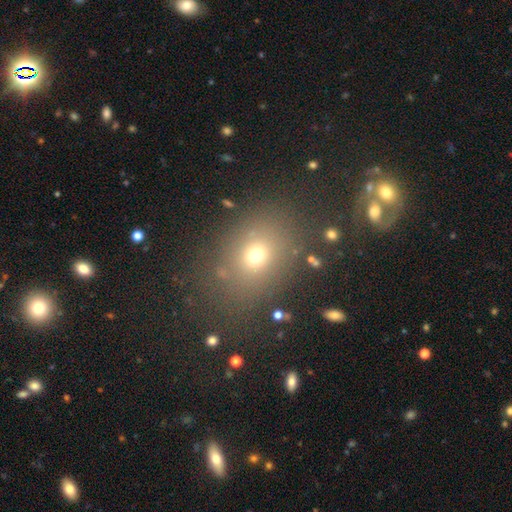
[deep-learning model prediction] A smooth galaxy with no disk features (67%) that is in between round and cigar-shaped (51%).

Vote fractions:
- Smooth or featured? smooth: 67% / star or artifact: 21% / featured or disk: 12%
- How rounded? in between: 51% / round: 47% / cigar-shaped: 1%
- Merging? none: 79% / minor disturbance: 11% / major disturbance: 6% / merger: 4%